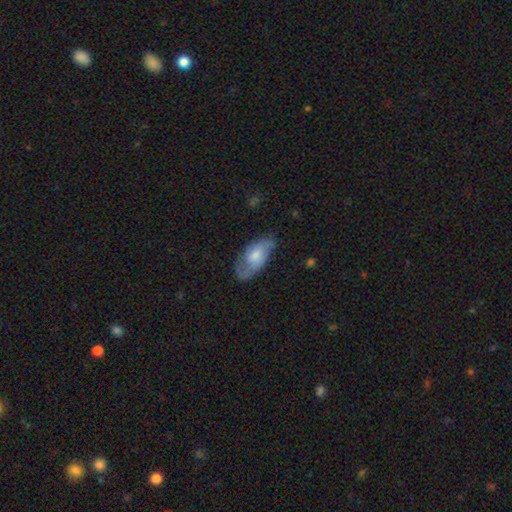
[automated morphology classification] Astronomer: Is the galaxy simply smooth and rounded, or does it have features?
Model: featured or disk — 56% (runner-up: smooth, 37%).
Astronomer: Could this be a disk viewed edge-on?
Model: no — 92%.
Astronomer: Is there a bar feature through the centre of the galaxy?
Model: no — 62%.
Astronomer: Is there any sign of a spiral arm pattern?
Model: yes — 85%.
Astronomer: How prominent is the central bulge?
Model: moderate — 47% (runner-up: small, 35%).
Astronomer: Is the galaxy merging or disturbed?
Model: none — 59%.